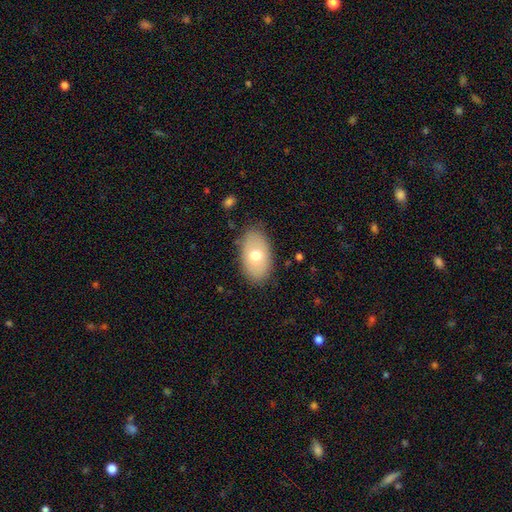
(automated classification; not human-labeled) Smooth or featured? Predicted: smooth (p=0.67). How rounded? Predicted: in between (p=0.92). Merging? Predicted: none (p=0.83).